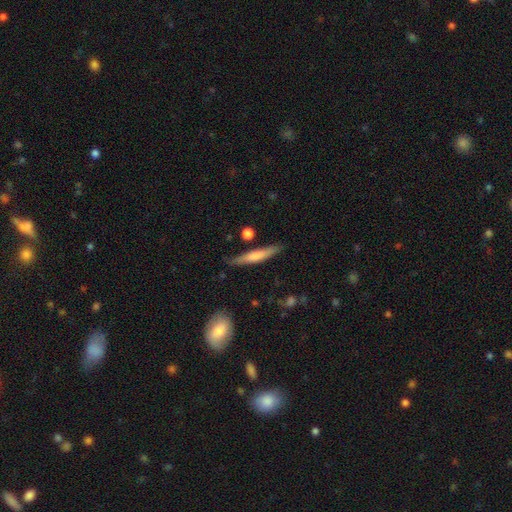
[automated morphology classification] A smooth galaxy with no disk features (64%) that is cigar-shaped (91%).

Vote fractions:
- Smooth or featured? smooth: 64% / featured or disk: 31% / star or artifact: 6%
- How rounded? cigar-shaped: 91% / in between: 8% / round: 2%
- Merging? none: 81% / minor disturbance: 14% / merger: 3% / major disturbance: 3%